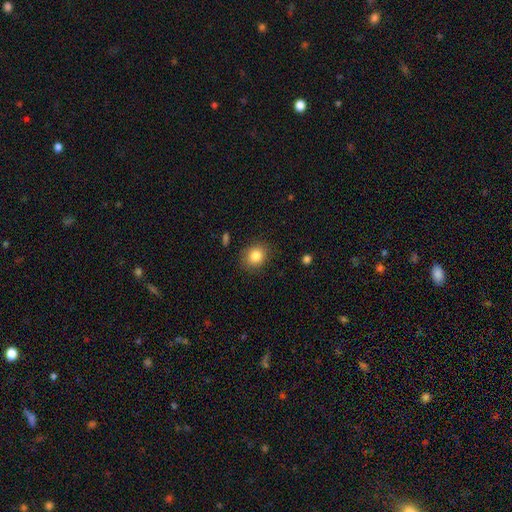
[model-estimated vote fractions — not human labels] smooth_or_featured: smooth (p=0.83) [alt: star or artifact p=0.10]
how_rounded: round (p=0.70) [alt: in between p=0.30]
merging: none (p=0.85) [alt: minor disturbance p=0.10]